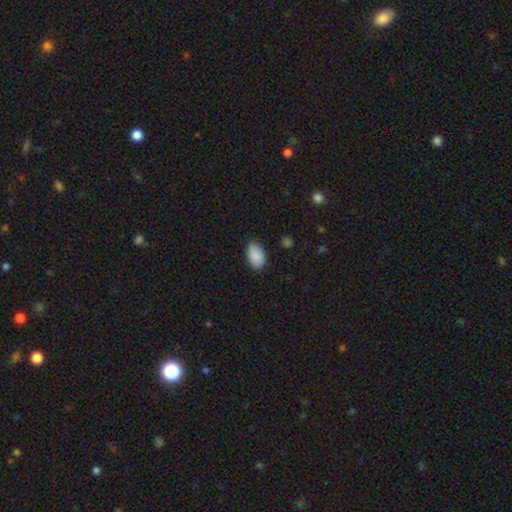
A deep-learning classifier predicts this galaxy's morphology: Q: Smooth or featured?
A: smooth (90%); runner-up: star or artifact (7%)
Q: How rounded?
A: in between (92%); runner-up: round (7%)
Q: Merging?
A: none (84%); runner-up: minor disturbance (13%)